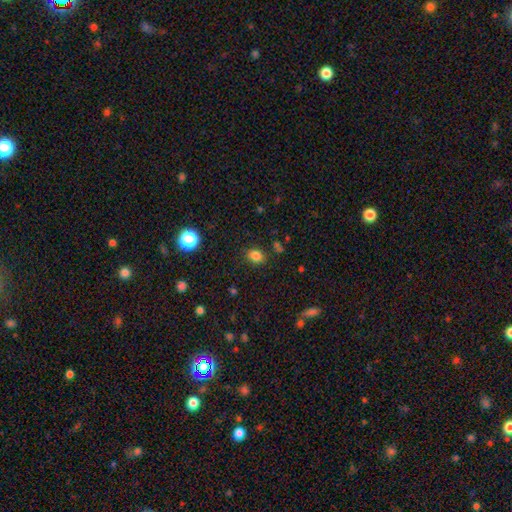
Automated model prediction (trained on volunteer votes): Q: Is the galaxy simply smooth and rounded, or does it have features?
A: smooth — 82%.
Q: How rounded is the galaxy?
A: in between — 50%.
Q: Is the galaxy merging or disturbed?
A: none — 84%.